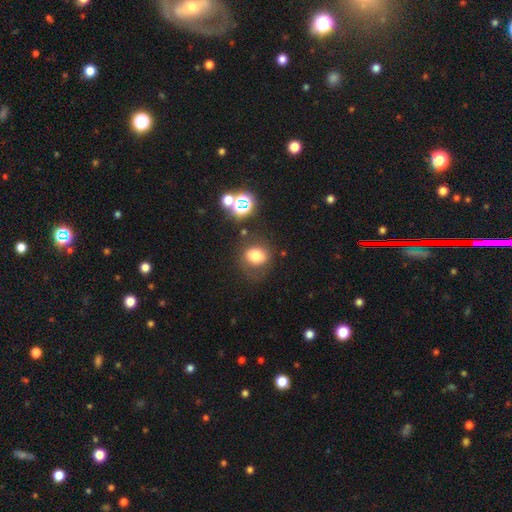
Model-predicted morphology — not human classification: Smooth or featured? Predicted: smooth (p=0.73). How rounded? Predicted: round (p=0.60). Merging? Predicted: none (p=0.72).